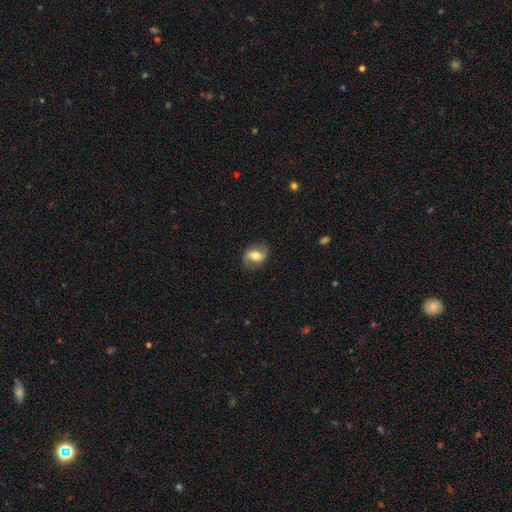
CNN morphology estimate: A featured or disk galaxy (67%) with a weak bar (41%), 2 (91%) loose (56%) spiral arms (89%) and a moderate central bulge (64%). Merging: none (79%).